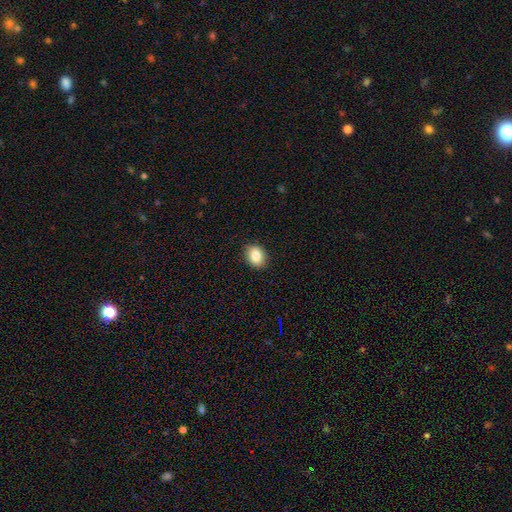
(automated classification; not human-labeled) Overall: smooth (85%). How rounded: in between (61%; round 38%). Merging: none (89%).